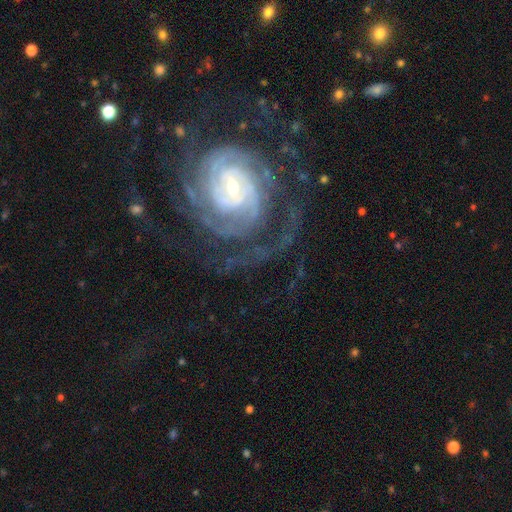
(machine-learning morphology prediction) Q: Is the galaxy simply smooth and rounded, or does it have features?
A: featured or disk — 91%.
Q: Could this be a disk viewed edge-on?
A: no — 98%.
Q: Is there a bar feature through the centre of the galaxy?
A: weak — 44%.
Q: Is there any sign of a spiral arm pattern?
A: yes — 98%.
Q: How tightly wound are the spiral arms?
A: tight — 74%.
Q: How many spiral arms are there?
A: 2 — 26%.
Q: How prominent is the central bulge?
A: small — 63%.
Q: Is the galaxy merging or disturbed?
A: none — 69%.